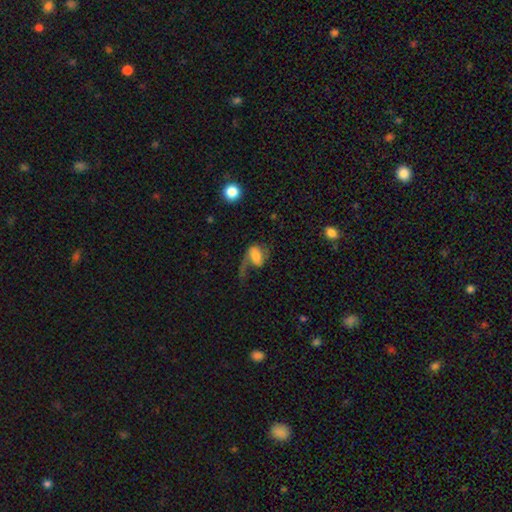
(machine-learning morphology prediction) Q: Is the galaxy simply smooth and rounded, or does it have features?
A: featured or disk — 51%.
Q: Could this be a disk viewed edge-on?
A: no — 96%.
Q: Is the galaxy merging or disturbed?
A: major disturbance — 47%.